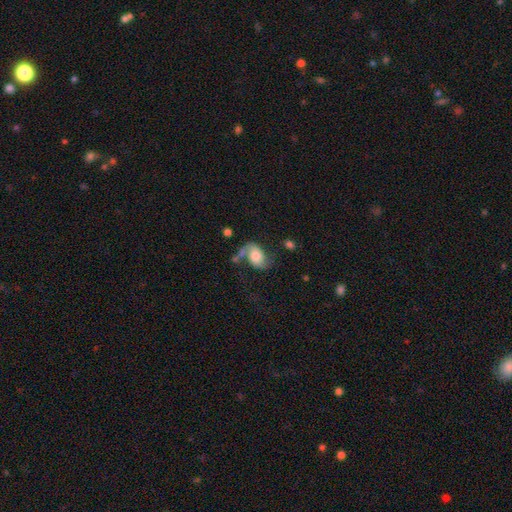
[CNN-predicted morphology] Smooth or featured?
  - featured or disk: 59% *
  - smooth: 33%
  - star or artifact: 8%
Edge-on disk?
  - no: 97% *
  - yes: 3%
Bar?
  - no: 69% *
  - weak: 25%
  - strong: 6%
Spiral arms?
  - yes: 88% *
  - no: 12%
Spiral winding?
  - loose: 56% *
  - medium: 33%
  - tight: 11%
Spiral arm count?
  - 2: 64% *
  - 1: 29%
  - can't tell: 4%
  - 3: 1%
  - 4: 1%
  - more than 4: 1%
Bulge size?
  - moderate: 46% *
  - small: 22%
  - large: 22%
  - none: 6%
  - dominant: 5%
Merging?
  - none: 42% *
  - major disturbance: 25%
  - minor disturbance: 20%
  - merger: 12%